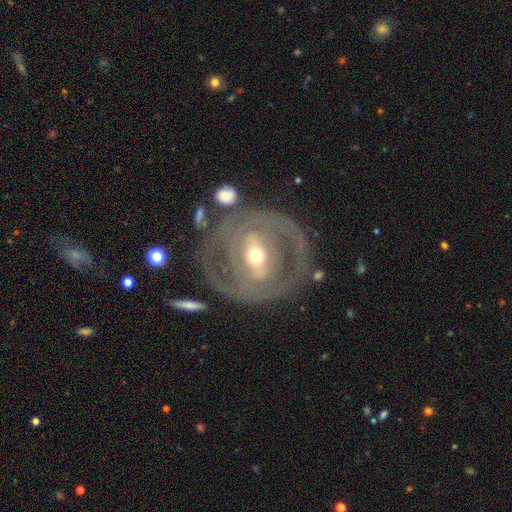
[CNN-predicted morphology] This is clearly a featured or disk galaxy (83%). It is clearly not viewed edge-on (95%). Bar: marginally strong (42%). Spiral arm pattern: likely yes (67%). Spiral arm count: possibly 2 (52%). Spiral winding: possibly tight (59%). Central bulge: possibly moderate (52%). Merging: likely none (67%).